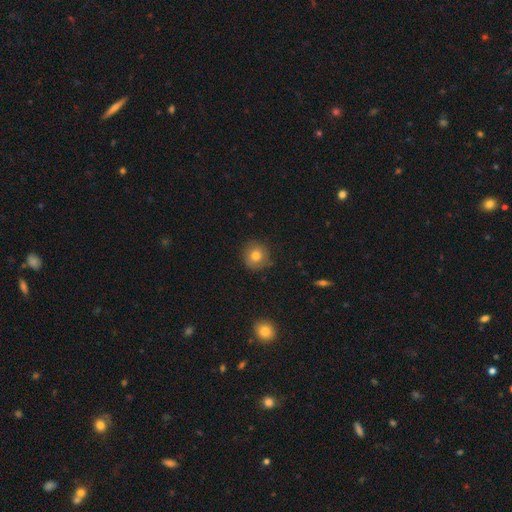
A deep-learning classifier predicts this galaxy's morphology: smooth 75%, featured or disk 15%, star or artifact 10%. Down the decision tree: how rounded — round (91%); merging — none (82%).